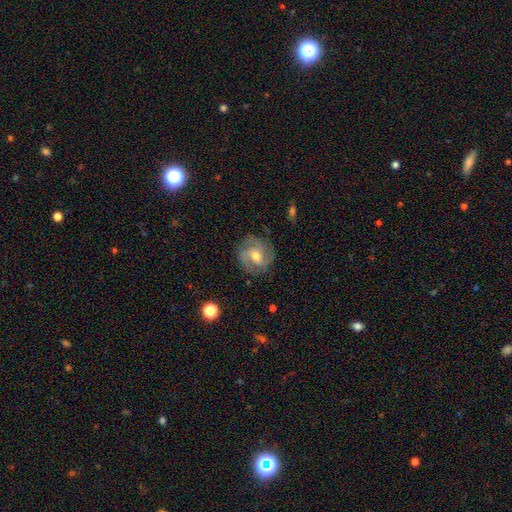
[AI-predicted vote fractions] smooth-or-featured: featured or disk: 76% | smooth: 18% | star or artifact: 7%
  disk-edge-on: no: 97% | yes: 3%
    bar: no: 44% (tied) | weak: 44% (tied) | strong: 12%
    has-spiral-arms: yes: 93% | no: 7%
      spiral-winding: medium: 48% | tight: 34% | loose: 19%
      spiral-arm-count: 2: 37% | 3: 33% | can't tell: 15% | 4: 7% | 1: 4% | more than 4: 4%
    bulge-size: moderate: 60% | small: 34% | large: 3% | none: 1% | dominant: 1%
  merging: none: 79% | minor disturbance: 14% | major disturbance: 6% | merger: 1%